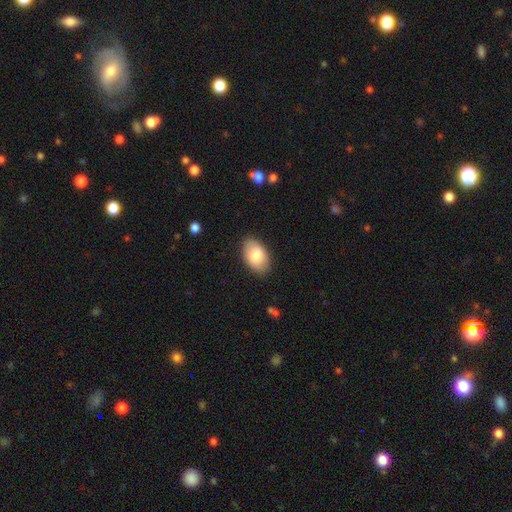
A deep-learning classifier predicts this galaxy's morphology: A smooth galaxy with no disk features (83%) that is in between round and cigar-shaped (92%).

Vote fractions:
- Smooth or featured? smooth: 83% / featured or disk: 11% / star or artifact: 6%
- How rounded? in between: 92% / round: 6% / cigar-shaped: 1%
- Merging? none: 86% / minor disturbance: 11% / major disturbance: 2% / merger: 1%